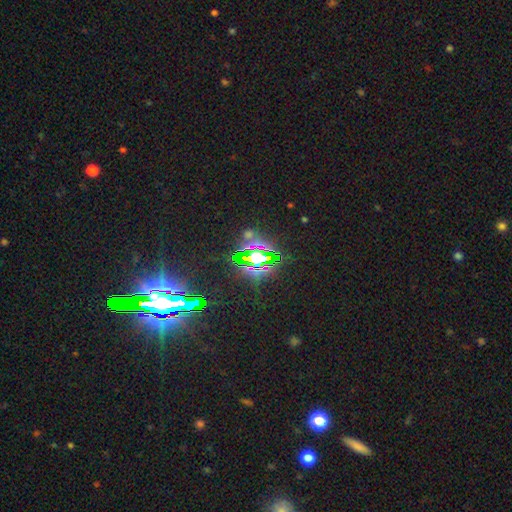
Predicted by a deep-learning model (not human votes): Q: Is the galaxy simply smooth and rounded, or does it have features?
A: star or artifact — 76%.